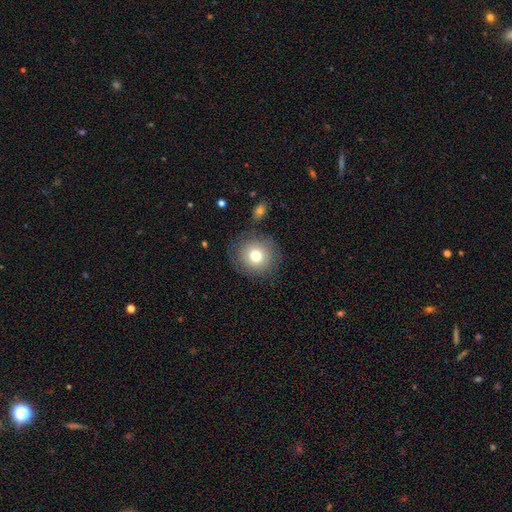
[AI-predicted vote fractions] Morphology: type=smooth (76%); roundness=round (89%); merging=none (81%).